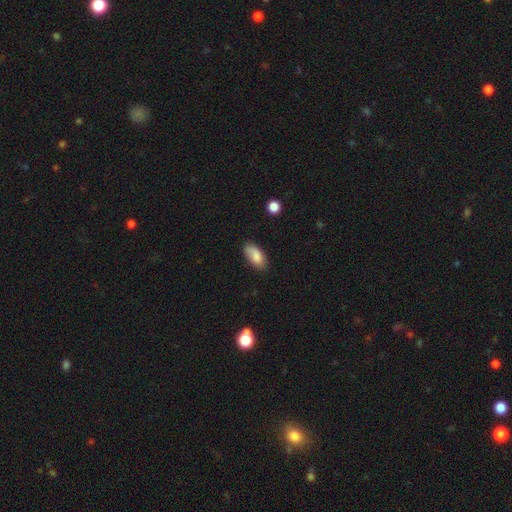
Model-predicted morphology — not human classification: smooth 83%, featured or disk 10%, star or artifact 7%. Down the decision tree: how rounded — in between (92%); merging — none (75%).